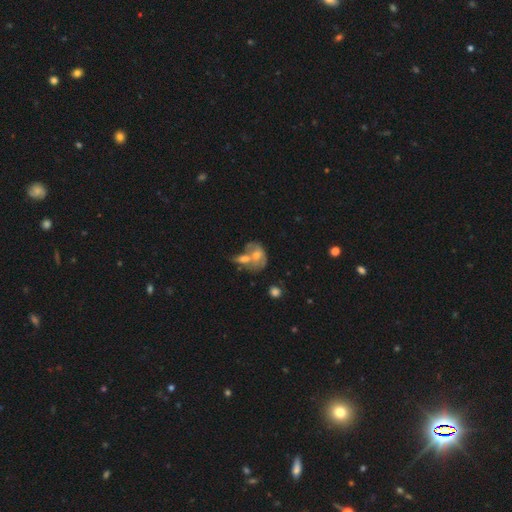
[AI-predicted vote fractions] Smooth or featured? Predicted: smooth (p=0.46). Merging? Predicted: merger (p=0.57).